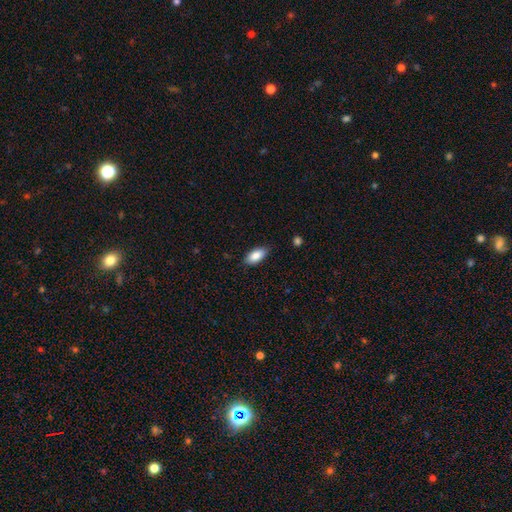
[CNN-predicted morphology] type=smooth (86%); roundness=in between (91%); merging=none (84%).